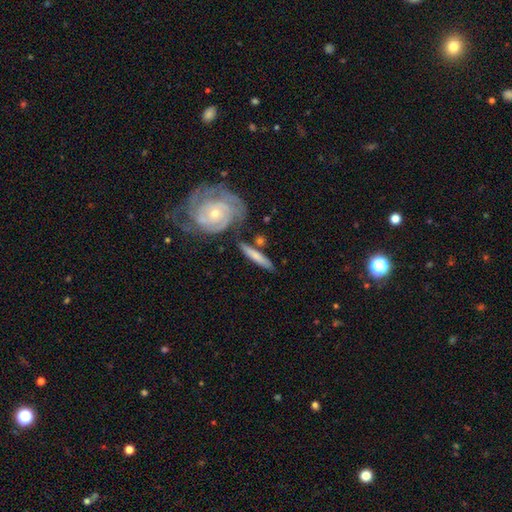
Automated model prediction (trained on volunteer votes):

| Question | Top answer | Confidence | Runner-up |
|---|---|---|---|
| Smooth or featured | smooth | 56% | featured or disk (39%) |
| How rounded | cigar-shaped | 85% | in between (12%) |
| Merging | none | 69% | minor disturbance (15%) |